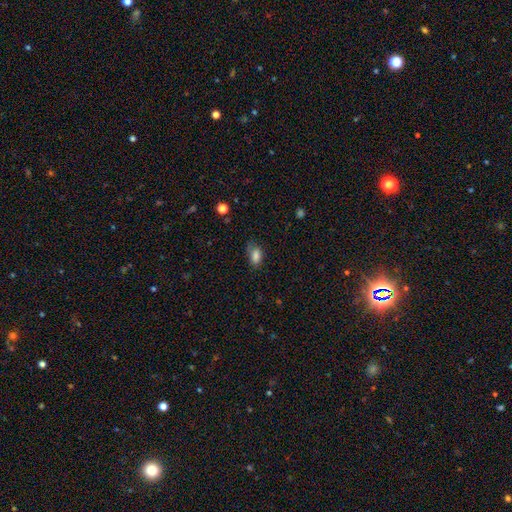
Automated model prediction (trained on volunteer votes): Smooth or featured? Predicted: smooth (p=0.83). How rounded? Predicted: in between (p=0.89). Merging? Predicted: none (p=0.59).